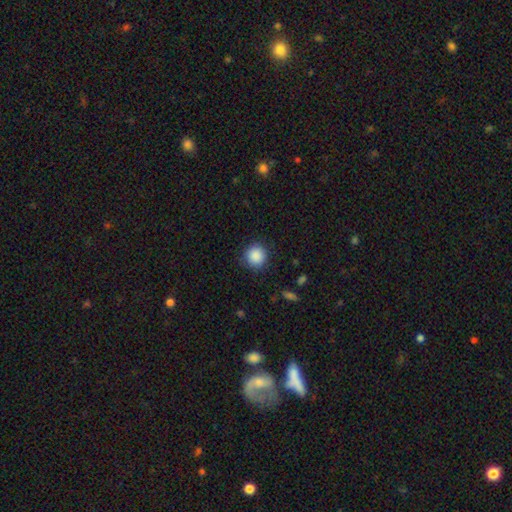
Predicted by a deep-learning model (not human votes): Smooth or featured? smooth (88%)
How rounded? round (93%)
Merging? none (87%)